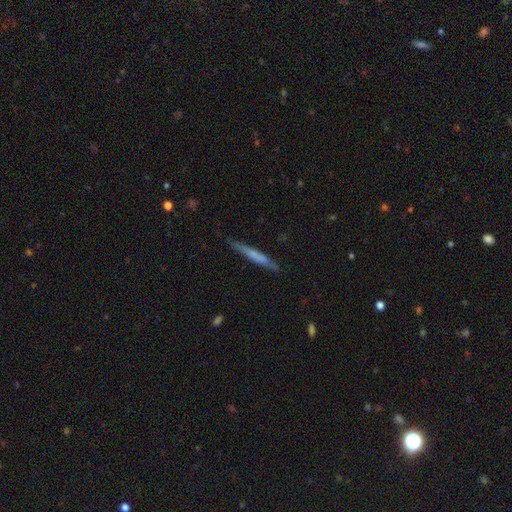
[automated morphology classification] Smooth or featured? Predicted: smooth (p=0.50). How rounded? Predicted: cigar-shaped (p=0.96). Merging? Predicted: none (p=0.87).